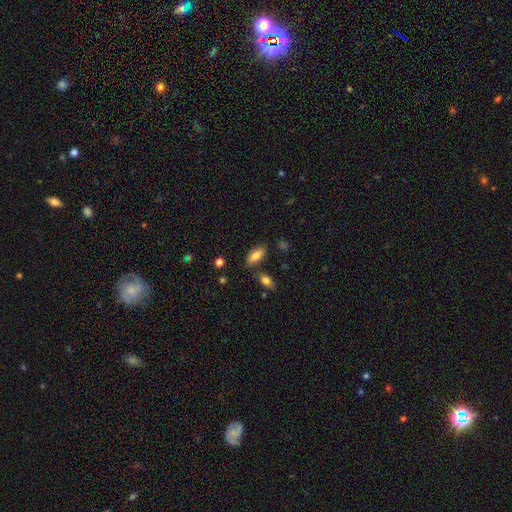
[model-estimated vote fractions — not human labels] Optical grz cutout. It shows a smooth galaxy with no disk features (77%) that is in between round and cigar-shaped (84%). Merging: none (77%).